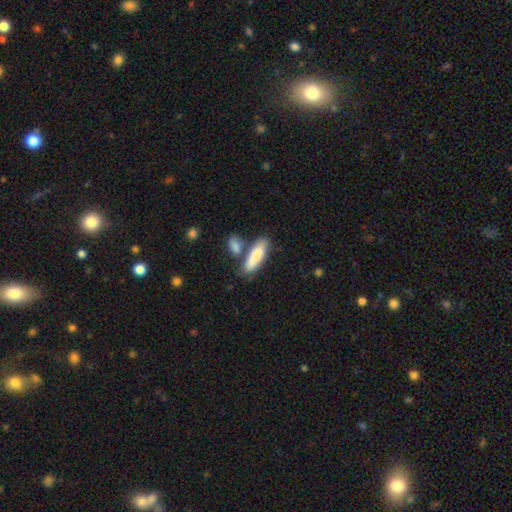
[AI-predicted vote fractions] A smooth galaxy with no disk features (81%) that is in between round and cigar-shaped (54%). Merging: none (58%).